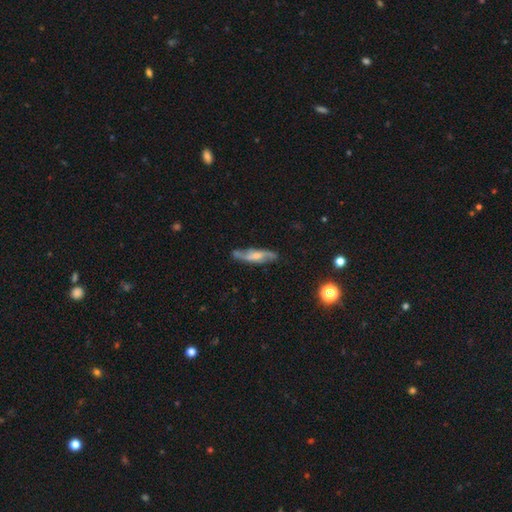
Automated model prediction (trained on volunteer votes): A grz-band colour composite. It shows a featured or disk galaxy (67%). Merging: none (74%).